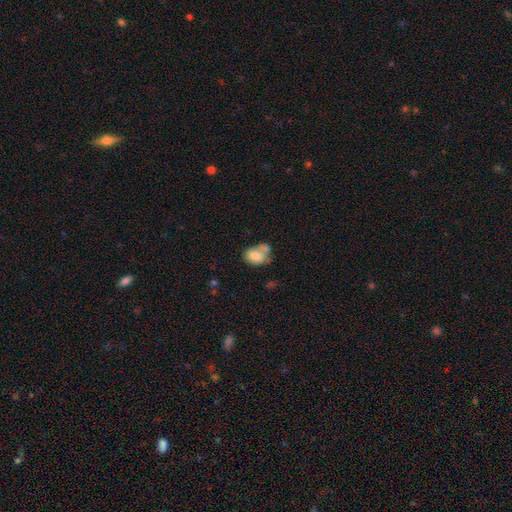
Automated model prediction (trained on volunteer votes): Smooth or featured? smooth (73%)
How rounded? in between (72%)
Merging? merger (40%)